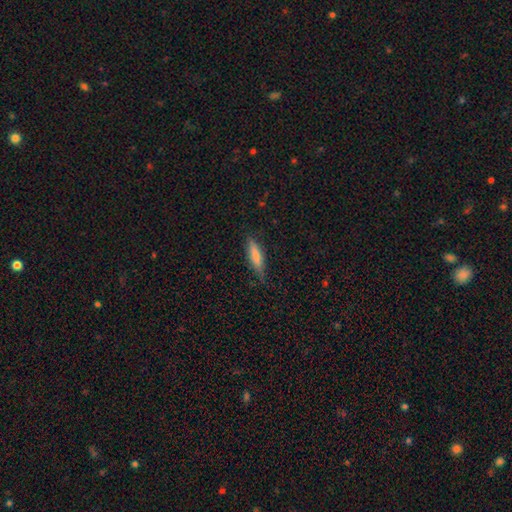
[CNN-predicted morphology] smooth-or-featured: smooth: 74% | featured or disk: 19% | star or artifact: 7%
  how-rounded: cigar-shaped: 69% | in between: 29% | round: 2%
  merging: none: 76% | minor disturbance: 19% | major disturbance: 4% | merger: 1%